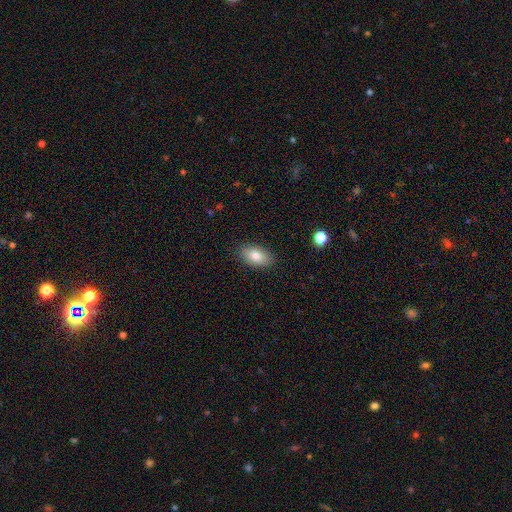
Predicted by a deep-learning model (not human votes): Smooth or featured?
  - smooth: 80% *
  - featured or disk: 12%
  - star or artifact: 8%
How rounded?
  - in between: 92% *
  - round: 5%
  - cigar-shaped: 2%
Merging?
  - none: 88% *
  - minor disturbance: 9%
  - major disturbance: 2%
  - merger: 1%